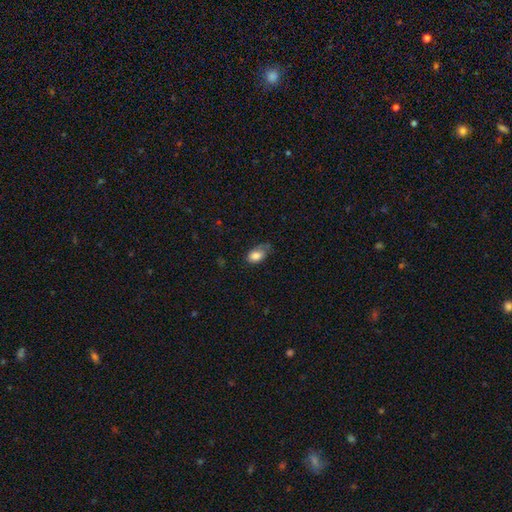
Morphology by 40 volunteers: A smooth galaxy with no disk features (82%) that is in between round and cigar-shaped (85%). Merging: minor disturbance (40%).